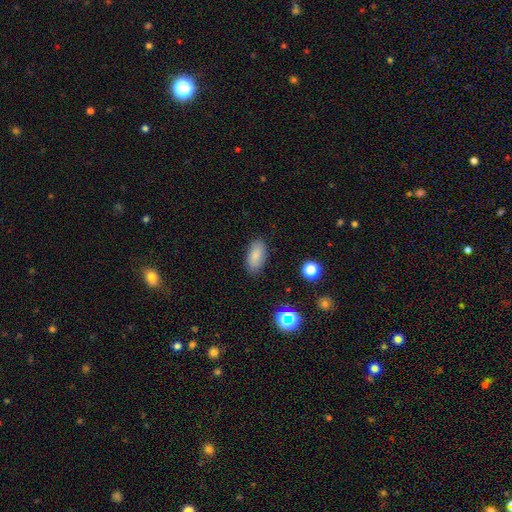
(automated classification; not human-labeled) The model was most divided on "merging": none: 85%, minor disturbance: 11%, major disturbance: 3%, merger: 1%. More confident: how rounded — in between (91%); smooth or featured — smooth (84%).